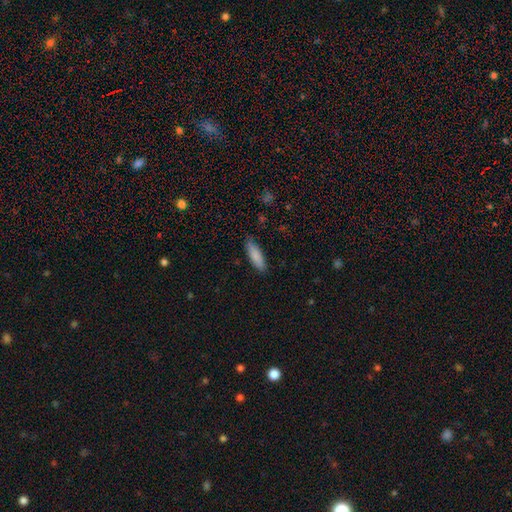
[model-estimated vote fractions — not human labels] This appears to be a smooth galaxy with no disk features (86%) that is cigar-shaped (52%). Merging: none (84%).